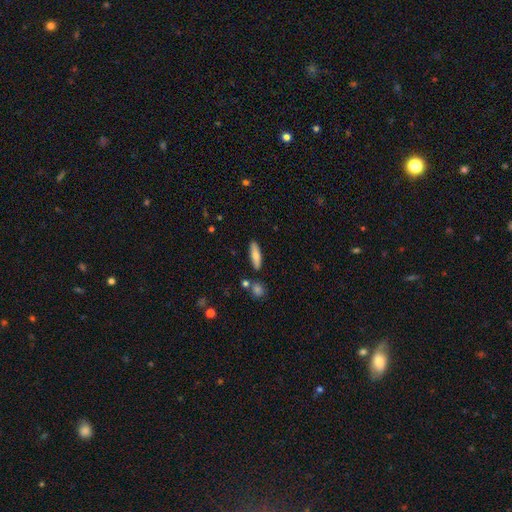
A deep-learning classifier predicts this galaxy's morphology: Smooth or featured?
  - smooth: 72% *
  - featured or disk: 21%
  - star or artifact: 7%
How rounded?
  - cigar-shaped: 59% *
  - in between: 38%
  - round: 2%
Merging?
  - none: 85% *
  - minor disturbance: 9%
  - merger: 4%
  - major disturbance: 2%